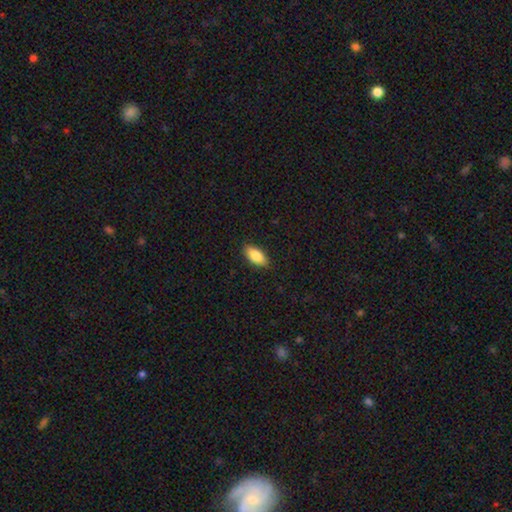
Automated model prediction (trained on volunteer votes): smooth 85%, featured or disk 9%, star or artifact 6%. Down the decision tree: how rounded — in between (90%); merging — none (88%).